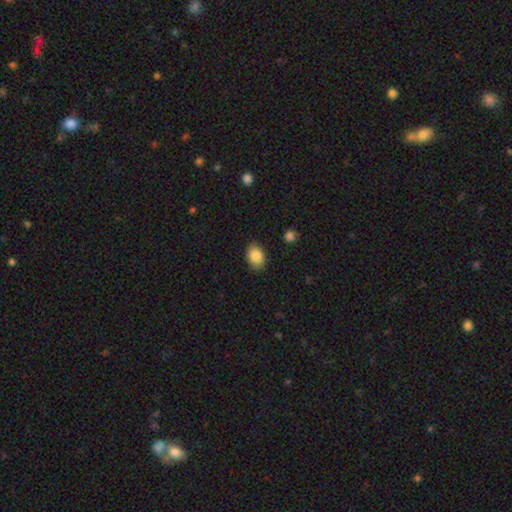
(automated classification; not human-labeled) smooth 87%, star or artifact 8%, featured or disk 6%. Down the decision tree: how rounded — in between (81%); merging — none (85%).